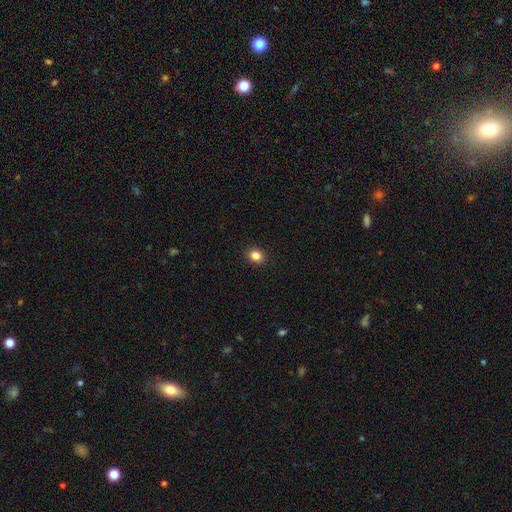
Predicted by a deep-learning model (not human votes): Smooth or featured?
  - smooth: 84% *
  - star or artifact: 11%
  - featured or disk: 5%
How rounded?
  - round: 63% *
  - in between: 36%
  - cigar-shaped: 1%
Merging?
  - none: 92% *
  - minor disturbance: 6%
  - major disturbance: 2%
  - merger: 1%